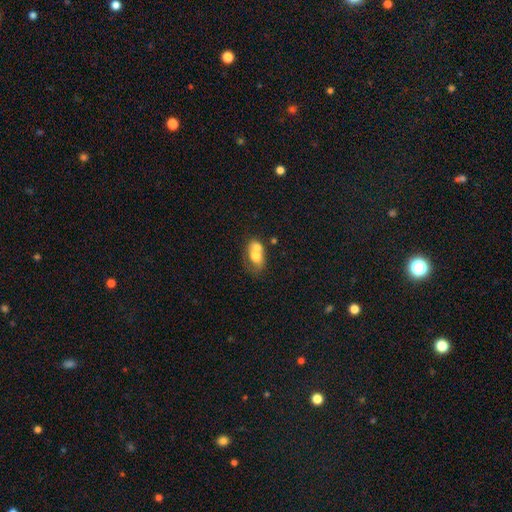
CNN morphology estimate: type=smooth (64%); roundness=in between (71%); merging=merger (65%).